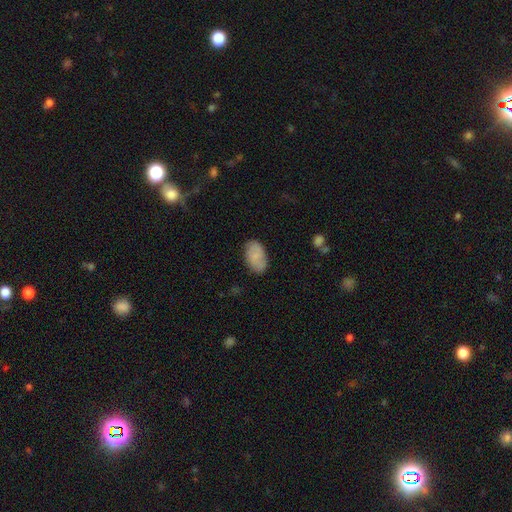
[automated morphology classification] This appears to be a smooth galaxy with no disk features (75%) that is in between round and cigar-shaped (93%). Merging: none (79%).